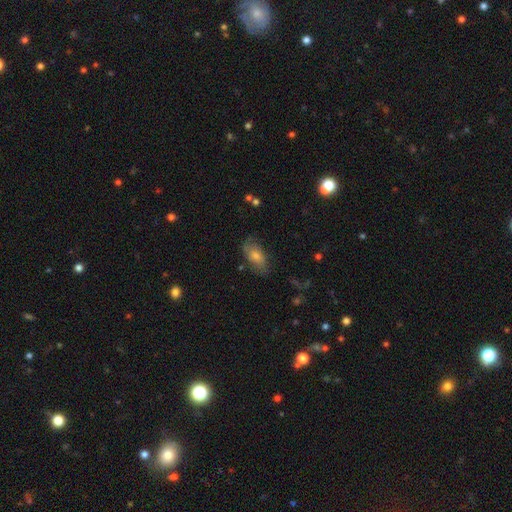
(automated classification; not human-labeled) Overall: smooth (63%; featured or disk 26%). How rounded: in between (87%). Merging: none (76%).